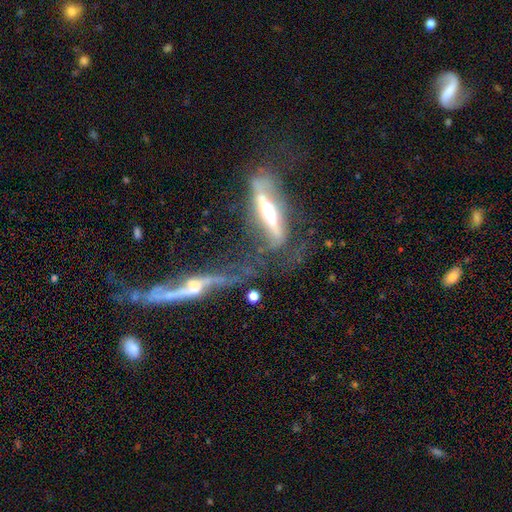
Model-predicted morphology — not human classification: Overall: featured or disk (74%). Edge-on disk: yes (69%; no 31%). Edge-on bulge: rounded (68%). Merging: merger (36%; none 25%).